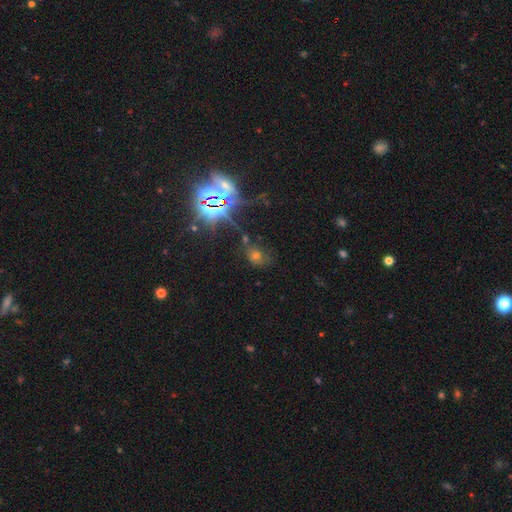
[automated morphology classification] This is possibly a star or artifact rather than a galaxy (59%).